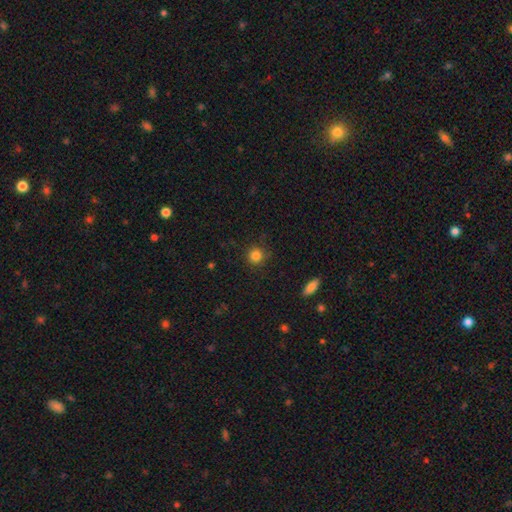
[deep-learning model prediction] Smooth or featured: smooth — 83% (star or artifact — 12%)
How rounded: round — 92% (in between — 7%)
Merging: none — 84% (minor disturbance — 11%)